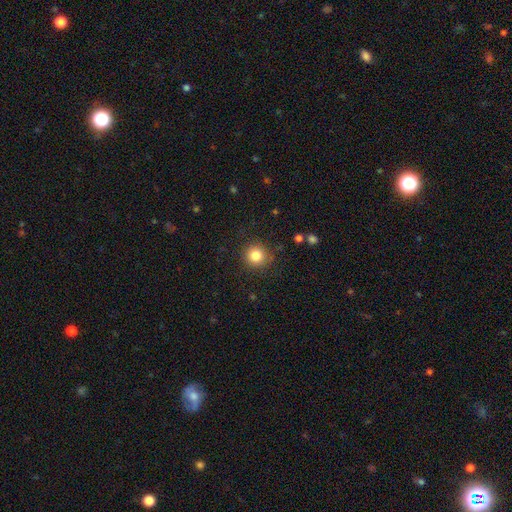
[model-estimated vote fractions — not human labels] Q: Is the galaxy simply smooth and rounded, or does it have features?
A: smooth — 83%.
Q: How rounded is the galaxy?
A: round — 94%.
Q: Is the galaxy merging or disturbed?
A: none — 88%.